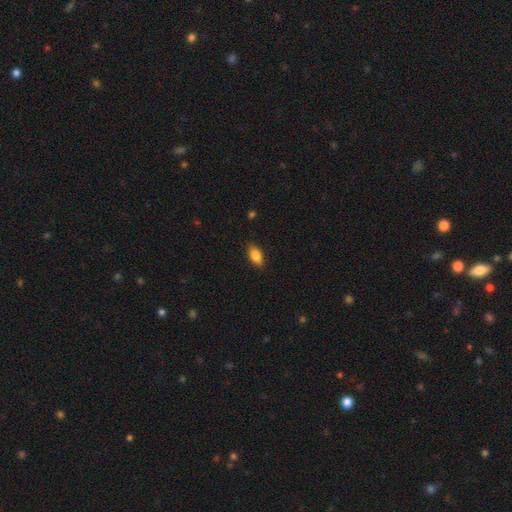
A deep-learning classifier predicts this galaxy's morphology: Overall: smooth (86%). How rounded: in between (90%). Merging: none (87%).